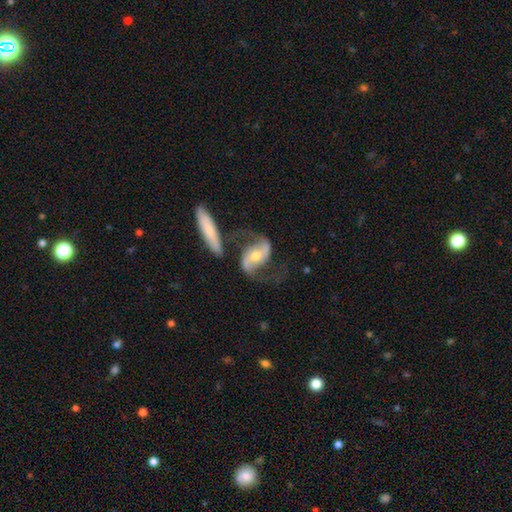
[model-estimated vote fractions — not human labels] Smooth or featured? Predicted: featured or disk (p=0.84). Edge-on disk? Predicted: no (p=0.93). Bar? Predicted: no (p=0.37). Spiral arms? Predicted: yes (p=0.94). Spiral winding? Predicted: loose (p=0.51). Spiral arm count? Predicted: 2 (p=0.92). Bulge size? Predicted: moderate (p=0.67). Merging? Predicted: none (p=0.53).